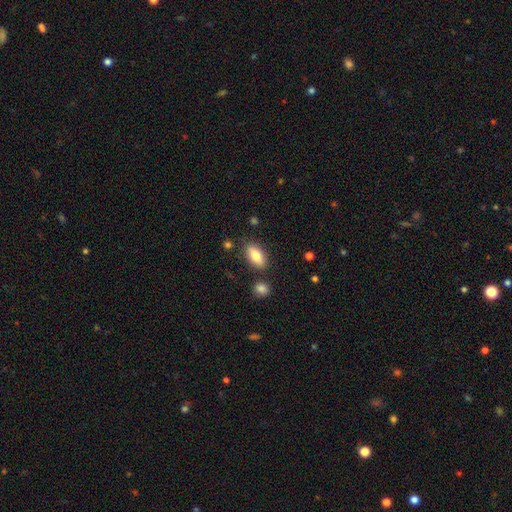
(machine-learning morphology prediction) Q: Smooth or featured?
A: smooth (79%); runner-up: featured or disk (14%)
Q: How rounded?
A: in between (84%); runner-up: cigar-shaped (12%)
Q: Merging?
A: none (82%); runner-up: minor disturbance (11%)